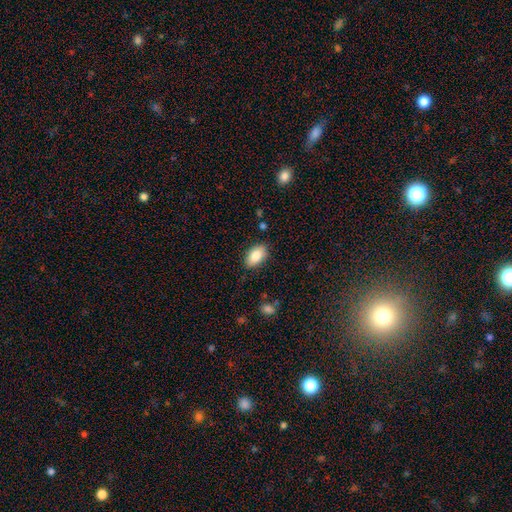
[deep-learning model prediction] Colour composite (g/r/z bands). It shows a smooth galaxy with no disk features (85%) that is in between round and cigar-shaped (92%). Merging: none (85%).